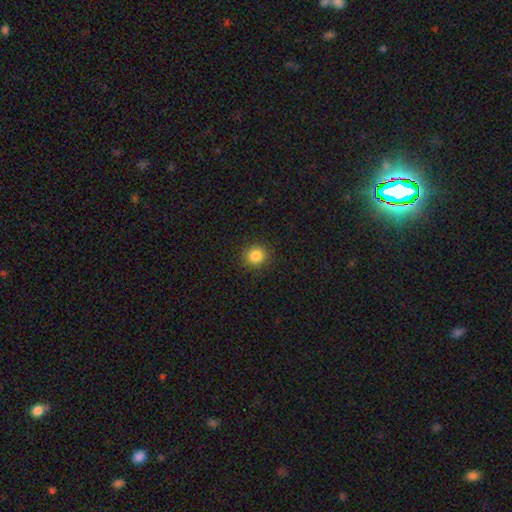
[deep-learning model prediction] Smooth or featured? smooth (85%)
How rounded? round (91%)
Merging? none (91%)